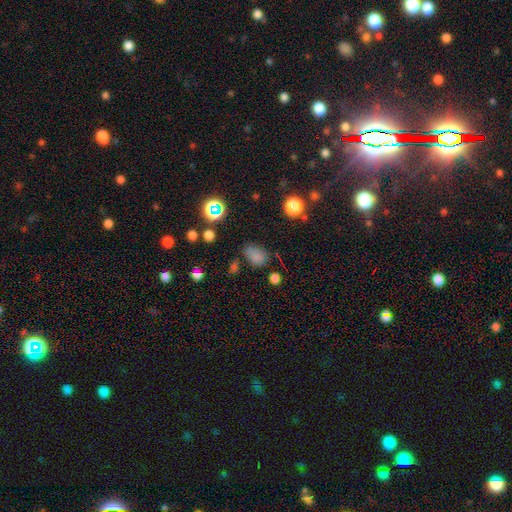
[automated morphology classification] Smooth or featured? smooth (73%)
How rounded? in between (75%)
Merging? none (63%)